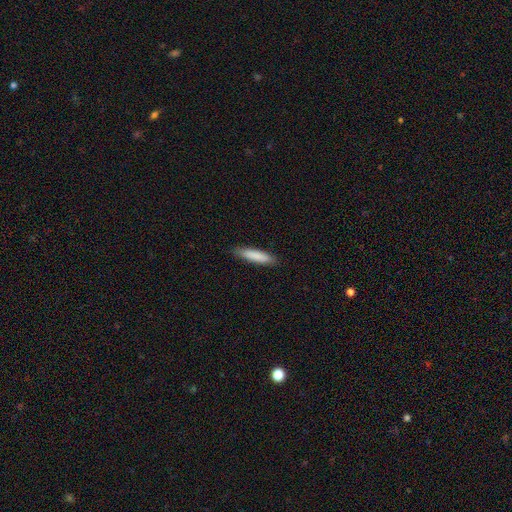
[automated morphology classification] Overall: smooth (86%). How rounded: cigar-shaped (79%). Merging: none (87%).